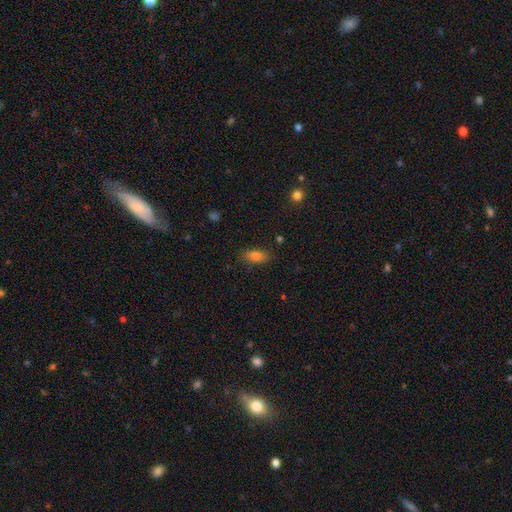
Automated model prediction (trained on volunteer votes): This appears to be a smooth galaxy with no disk features (80%) that is in between round and cigar-shaped (85%). Merging: none (82%).